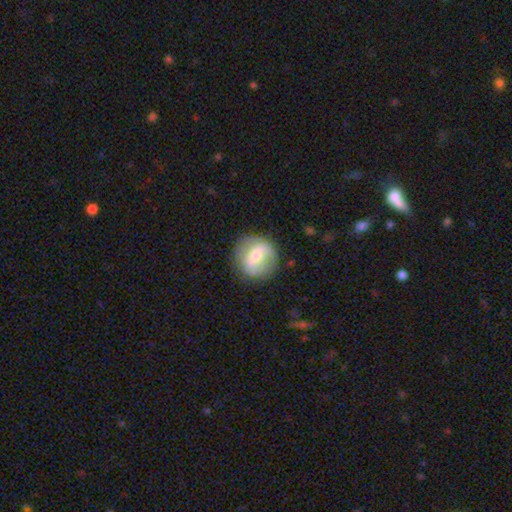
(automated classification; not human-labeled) Q: Smooth or featured?
A: smooth (52%); runner-up: featured or disk (41%)
Q: How rounded?
A: round (90%); runner-up: in between (9%)
Q: Merging?
A: none (78%); runner-up: minor disturbance (14%)